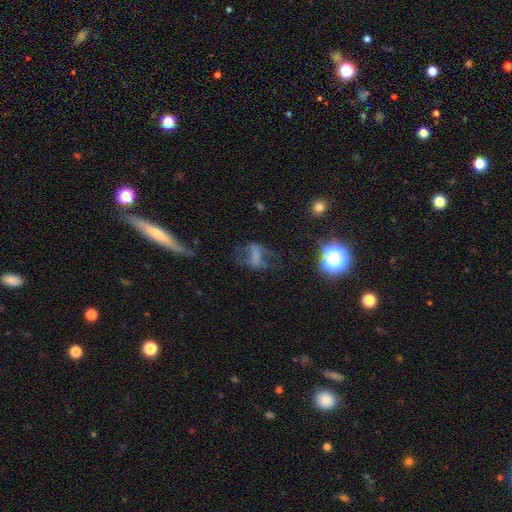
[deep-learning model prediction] Smooth or featured? Predicted: featured or disk (p=0.44). Merging? Predicted: none (p=0.41).